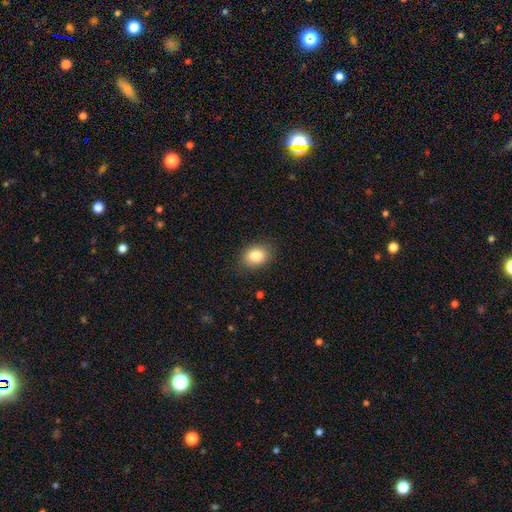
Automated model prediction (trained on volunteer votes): Overall: smooth (83%). How rounded: in between (71%). Merging: none (86%).